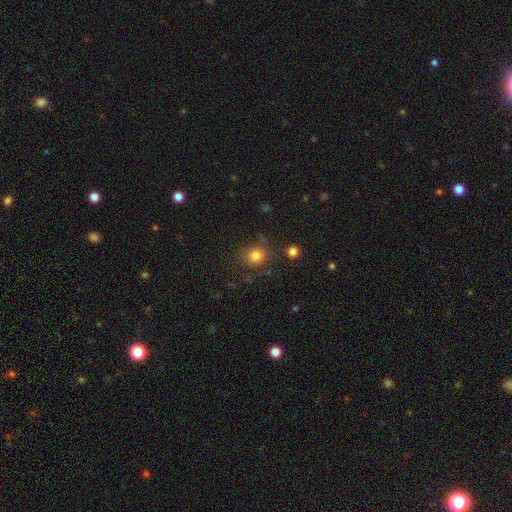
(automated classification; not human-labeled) A smooth galaxy with no disk features (81%) that is round (85%). Merging: none (78%).